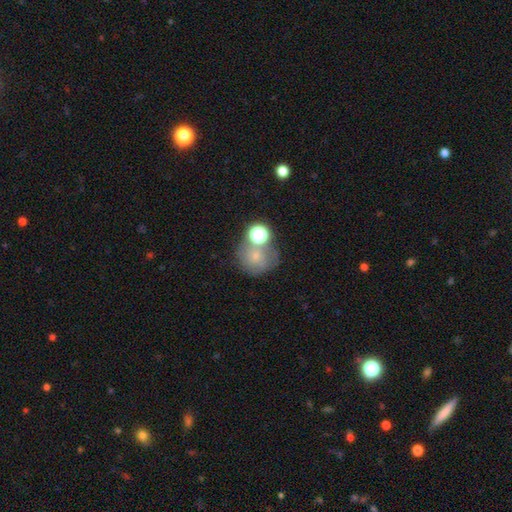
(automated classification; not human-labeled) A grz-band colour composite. It shows a smooth galaxy with no disk features (58%) that is round (77%). Merging: none (44%).